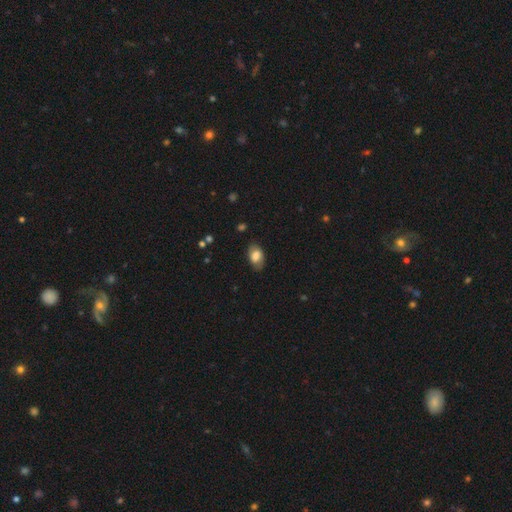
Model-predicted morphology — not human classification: This is likely a smooth galaxy (76%). How rounded: clearly in between (90%). Merging: likely none (76%).